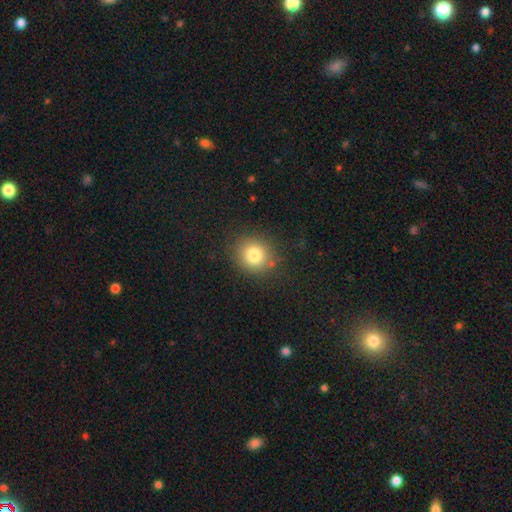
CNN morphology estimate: A smooth galaxy with no disk features (78%) that is round (88%).

Vote fractions:
- Smooth or featured? smooth: 78% / star or artifact: 15% / featured or disk: 7%
- How rounded? round: 88% / in between: 11% / cigar-shaped: 1%
- Merging? none: 89% / minor disturbance: 7% / major disturbance: 2% / merger: 1%